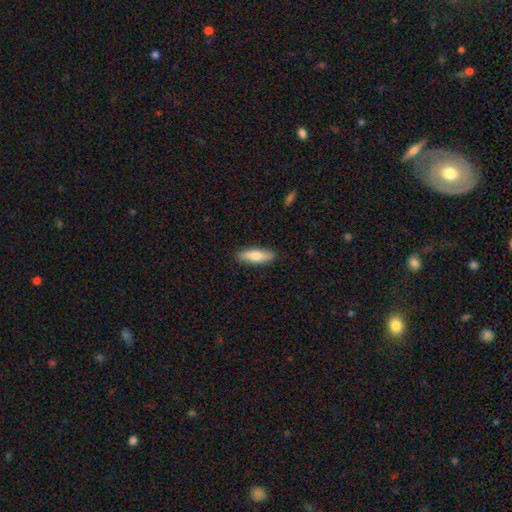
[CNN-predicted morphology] Q: Smooth or featured?
A: smooth (72%); runner-up: featured or disk (22%)
Q: How rounded?
A: cigar-shaped (52%); runner-up: in between (46%)
Q: Merging?
A: none (89%); runner-up: minor disturbance (8%)